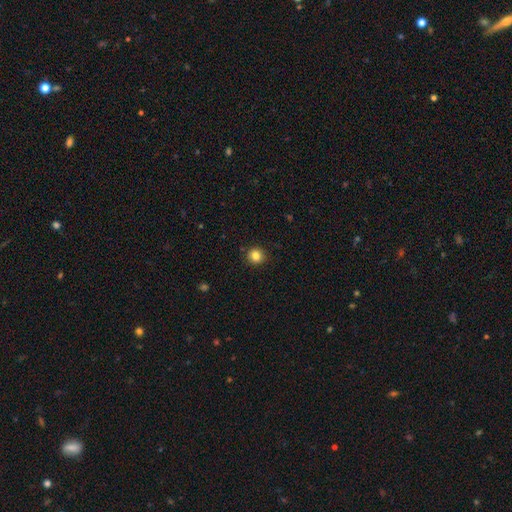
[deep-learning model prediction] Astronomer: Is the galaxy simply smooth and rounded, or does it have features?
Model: smooth — 83%.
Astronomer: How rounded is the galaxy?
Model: round — 91%.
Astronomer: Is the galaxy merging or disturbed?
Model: none — 91%.